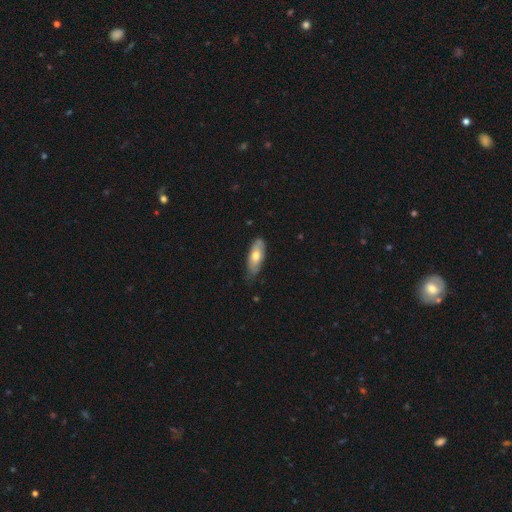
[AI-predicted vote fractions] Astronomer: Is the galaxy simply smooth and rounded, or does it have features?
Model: smooth — 61%.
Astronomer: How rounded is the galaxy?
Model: in between — 78%.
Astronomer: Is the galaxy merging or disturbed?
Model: none — 66%.